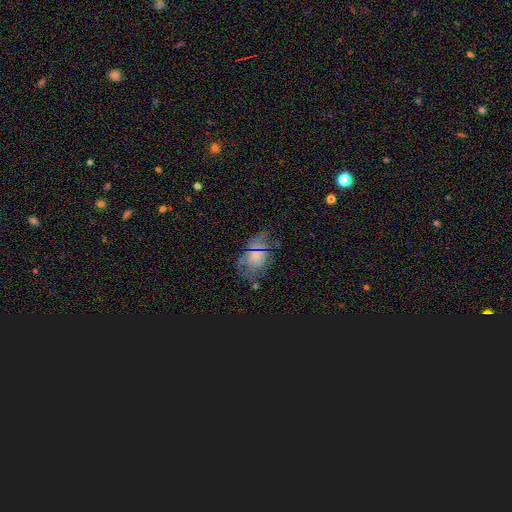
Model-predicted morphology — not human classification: smooth_or_featured: smooth (p=0.39) [alt: star or artifact p=0.32]
merging: none (p=0.65) [alt: minor disturbance p=0.20]